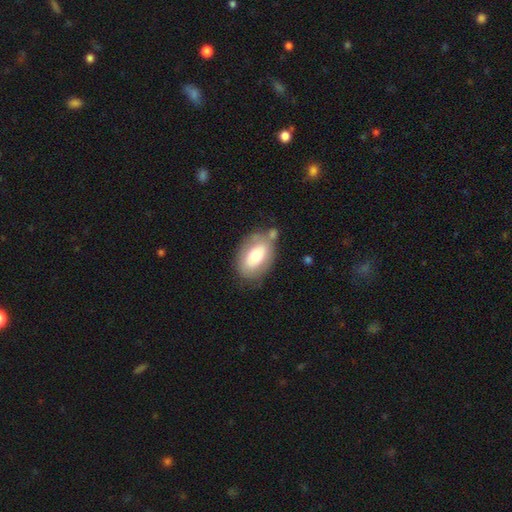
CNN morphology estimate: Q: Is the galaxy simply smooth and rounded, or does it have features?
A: smooth — 65%.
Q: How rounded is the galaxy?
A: in between — 89%.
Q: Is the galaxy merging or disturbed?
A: none — 60%.